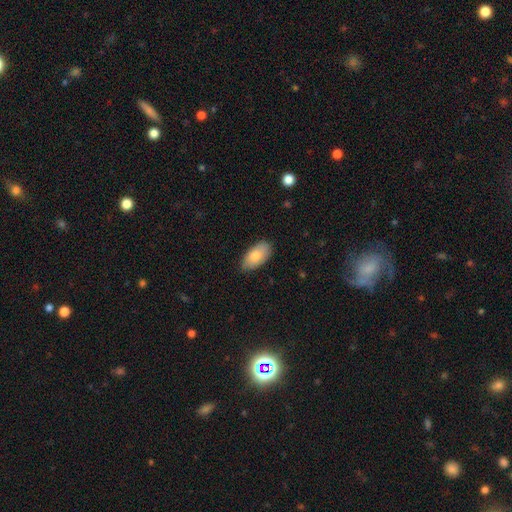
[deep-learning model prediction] A smooth galaxy with no disk features (81%) that is in between round and cigar-shaped (94%). Merging: none (83%).